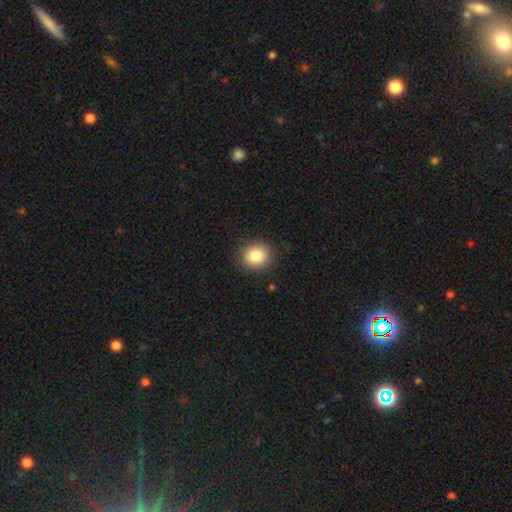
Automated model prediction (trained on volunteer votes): Smooth or featured?
  - smooth: 84% *
  - star or artifact: 10%
  - featured or disk: 6%
How rounded?
  - round: 82% *
  - in between: 17%
  - cigar-shaped: 1%
Merging?
  - none: 90% *
  - minor disturbance: 7%
  - major disturbance: 2%
  - merger: 1%